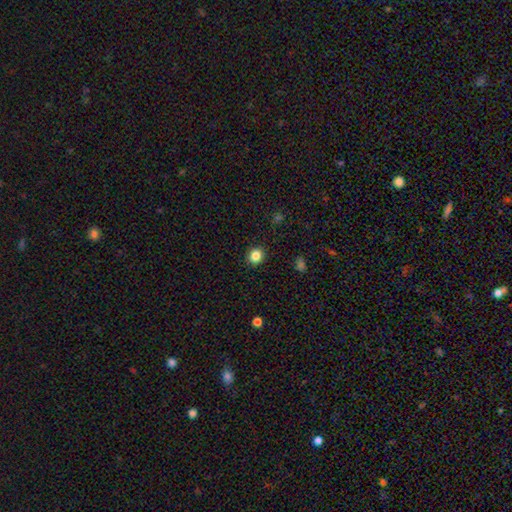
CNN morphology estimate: Q: Smooth or featured?
A: smooth (84%); runner-up: star or artifact (11%)
Q: How rounded?
A: round (81%); runner-up: in between (18%)
Q: Merging?
A: none (91%); runner-up: minor disturbance (6%)